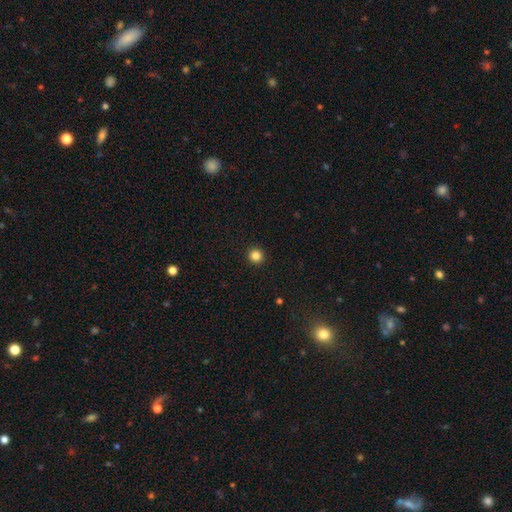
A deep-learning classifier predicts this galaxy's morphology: The model was most divided on "smooth or featured": smooth: 84%, star or artifact: 12%, featured or disk: 4%. More confident: how rounded — round (96%); merging — none (94%).